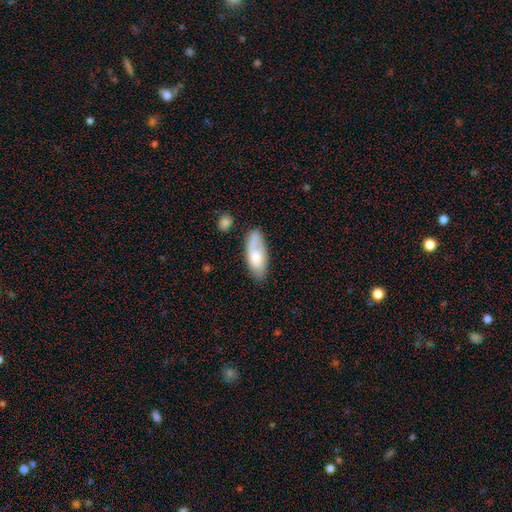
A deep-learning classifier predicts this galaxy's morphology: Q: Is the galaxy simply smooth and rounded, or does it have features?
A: smooth — 70%.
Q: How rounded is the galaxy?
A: in between — 81%.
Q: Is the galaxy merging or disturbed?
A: none — 64%.